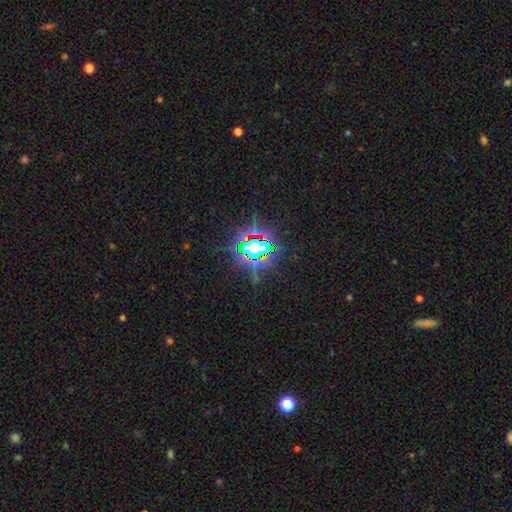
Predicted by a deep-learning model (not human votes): Morphology: type=star or artifact (83%).